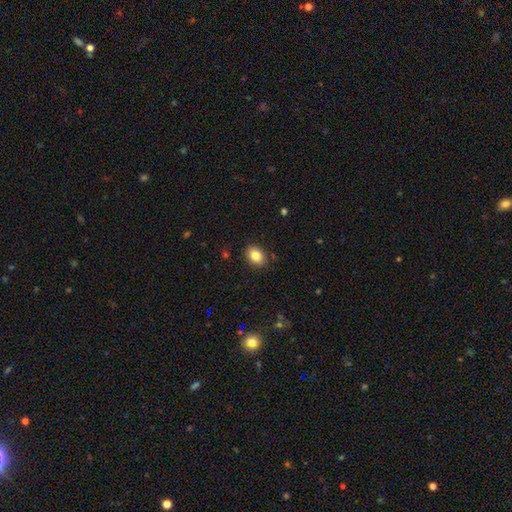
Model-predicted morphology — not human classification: type=smooth (83%); roundness=in between (67%); merging=none (88%).